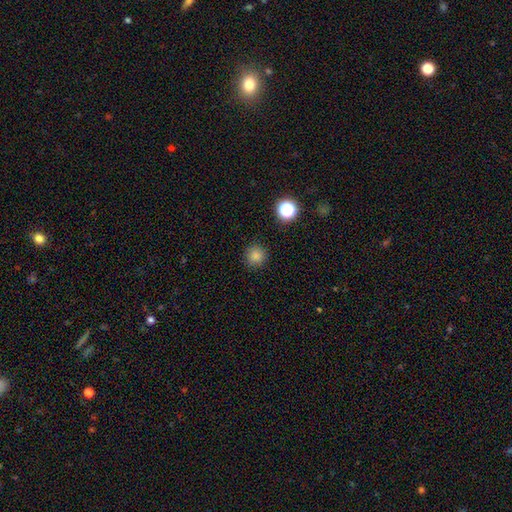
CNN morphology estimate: Smooth or featured? Predicted: smooth (p=0.82). How rounded? Predicted: round (p=0.94). Merging? Predicted: none (p=0.90).